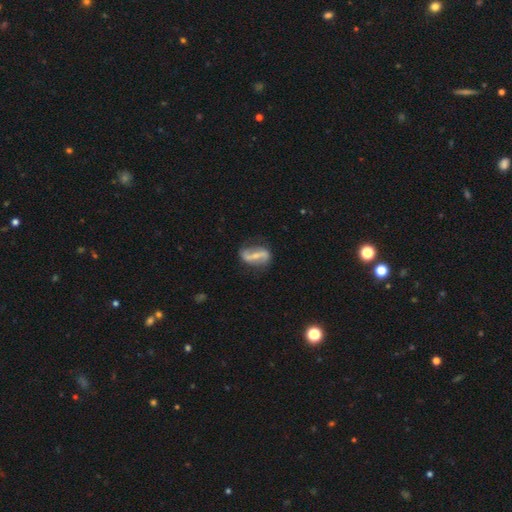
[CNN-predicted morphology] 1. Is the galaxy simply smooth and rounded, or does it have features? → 77% featured or disk, 16% smooth, 6% star or artifact.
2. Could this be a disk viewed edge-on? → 93% no, 7% yes.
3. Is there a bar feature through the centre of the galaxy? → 65% strong, 24% weak, 12% no.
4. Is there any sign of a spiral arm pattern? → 85% yes, 15% no.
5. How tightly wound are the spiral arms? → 65% loose, 25% medium, 10% tight.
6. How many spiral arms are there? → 89% 2, 5% can't tell, 3% 1, 1% 3, 1% 4, 1% more than 4.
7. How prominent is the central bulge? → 56% small, 26% moderate, 14% none, 2% large, 1% dominant.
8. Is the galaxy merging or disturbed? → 72% none, 18% minor disturbance, 8% major disturbance, 2% merger.